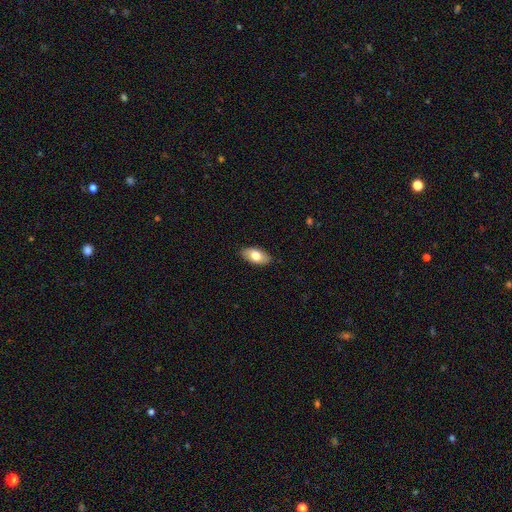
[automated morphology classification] type=smooth (76%); roundness=in between (92%); merging=none (88%).